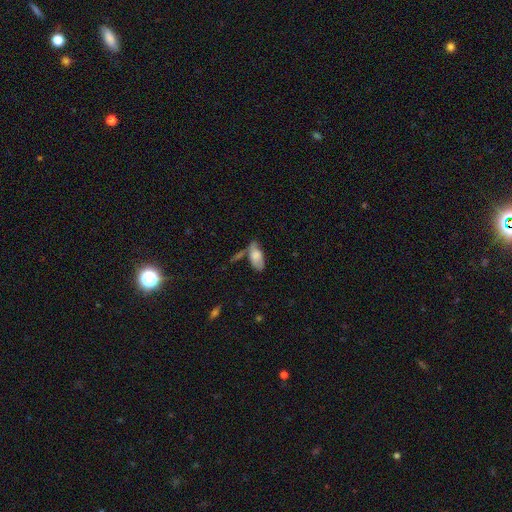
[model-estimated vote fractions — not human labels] This appears to be a smooth galaxy with no disk features (73%) that is in between round and cigar-shaped (89%). Merging: none (44%).